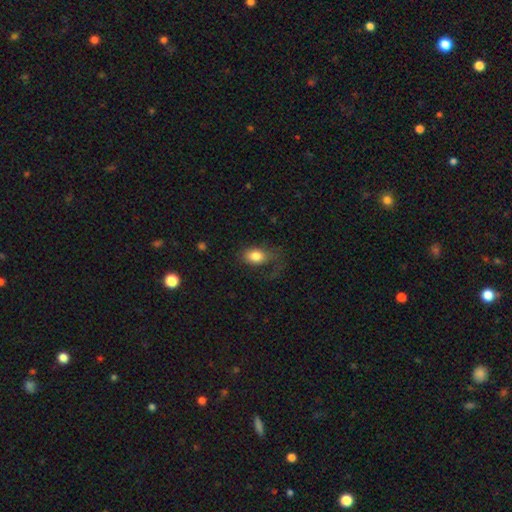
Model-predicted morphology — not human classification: A smooth galaxy with no disk features (79%) that is in between round and cigar-shaped (82%). Merging: none (43%).